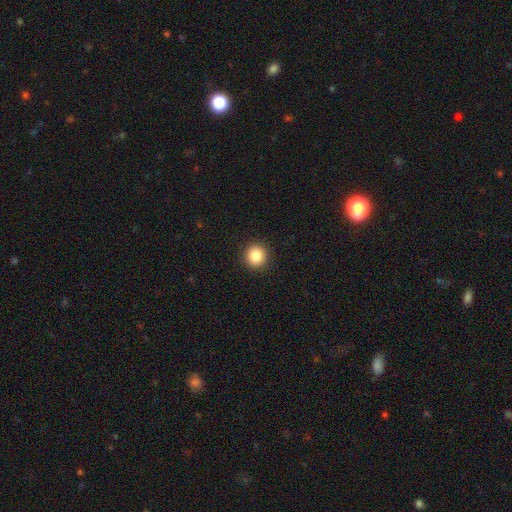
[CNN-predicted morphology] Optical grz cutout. It shows a smooth galaxy with no disk features (85%) that is round (94%). Merging: none (93%).